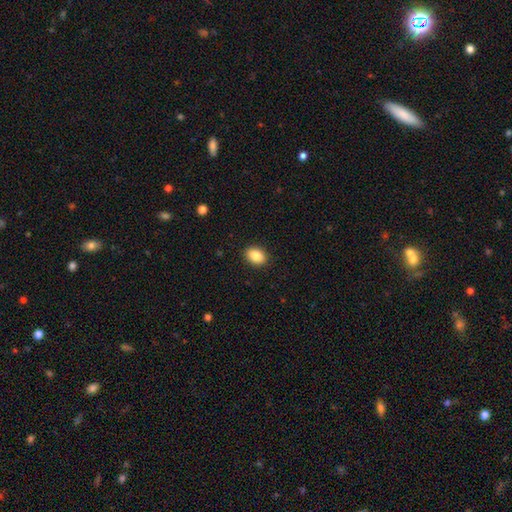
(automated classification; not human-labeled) A smooth galaxy with no disk features (88%) that is in between round and cigar-shaped (76%).

Vote fractions:
- Smooth or featured? smooth: 88% / star or artifact: 8% / featured or disk: 4%
- How rounded? in between: 76% / round: 23% / cigar-shaped: 1%
- Merging? none: 90% / minor disturbance: 7% / major disturbance: 2% / merger: 1%